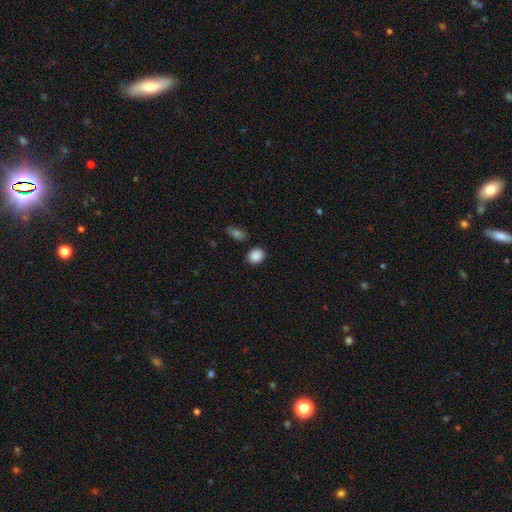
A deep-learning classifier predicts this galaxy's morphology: smooth_or_featured: smooth (p=0.88) [alt: star or artifact p=0.08]
how_rounded: round (p=0.57) [alt: in between p=0.41]
merging: none (p=0.84) [alt: minor disturbance p=0.10]